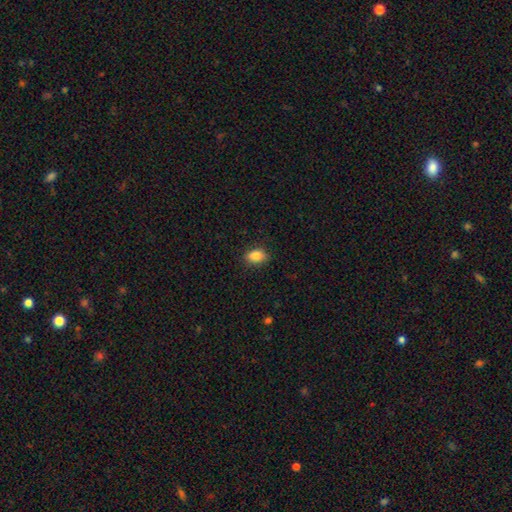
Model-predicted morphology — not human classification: Smooth or featured? Predicted: smooth (p=0.87). How rounded? Predicted: in between (p=0.80). Merging? Predicted: none (p=0.87).